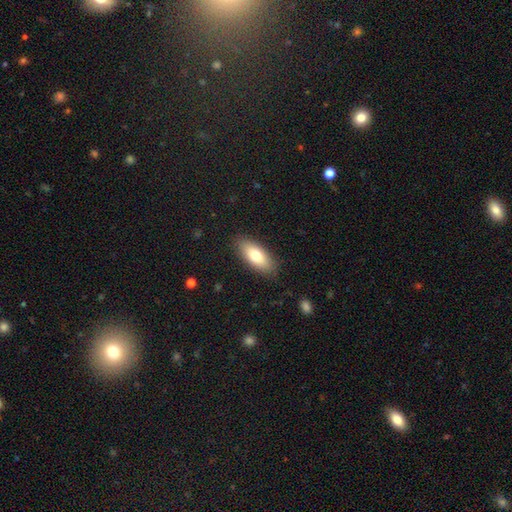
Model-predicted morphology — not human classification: Smooth or featured: smooth — 75% (featured or disk — 18%)
How rounded: in between — 83% (cigar-shaped — 15%)
Merging: none — 87% (minor disturbance — 10%)